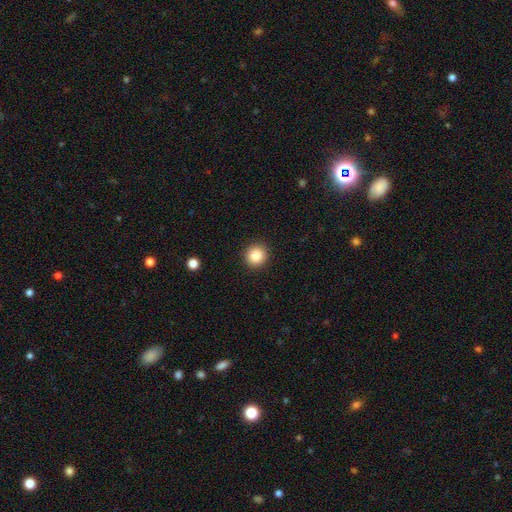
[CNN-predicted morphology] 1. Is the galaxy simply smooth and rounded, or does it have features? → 85% smooth, 10% star or artifact, 5% featured or disk.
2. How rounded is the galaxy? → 91% round, 9% in between, 1% cigar-shaped.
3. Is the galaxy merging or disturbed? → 92% none, 5% minor disturbance, 2% major disturbance, 1% merger.